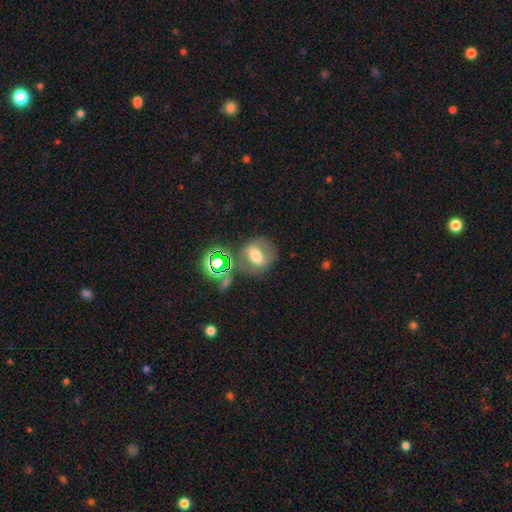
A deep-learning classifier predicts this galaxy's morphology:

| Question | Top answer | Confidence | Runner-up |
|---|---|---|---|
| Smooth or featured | smooth | 45% | featured or disk (34%) |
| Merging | none | 66% | minor disturbance (16%) |